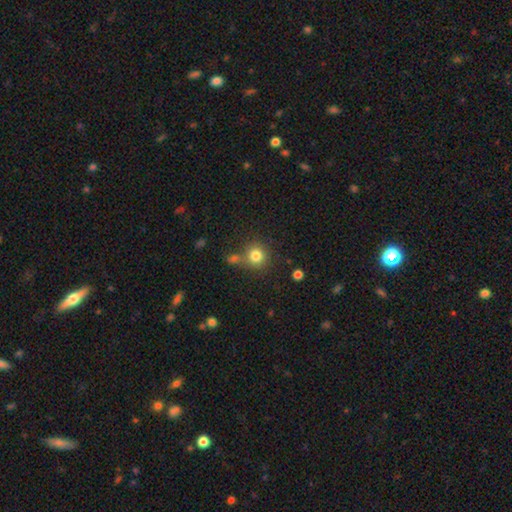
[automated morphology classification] Smooth or featured? smooth (81%)
How rounded? round (91%)
Merging? none (70%)